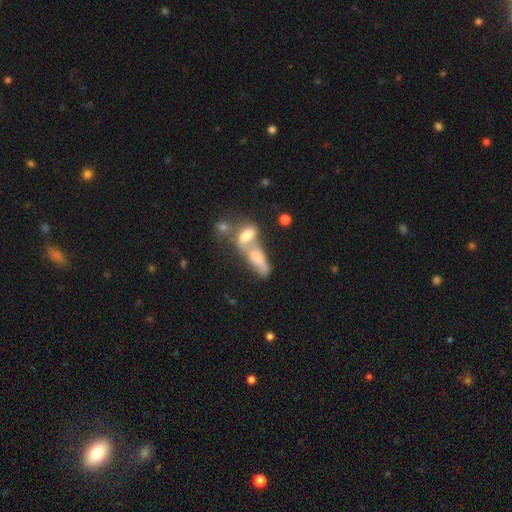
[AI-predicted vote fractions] Morphology: type=smooth (55%); roundness=in between (66%); merging=merger (65%).